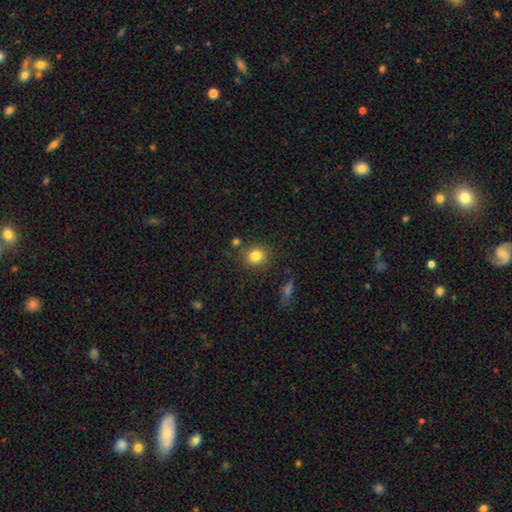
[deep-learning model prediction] Q: Smooth or featured?
A: smooth (82%); runner-up: star or artifact (11%)
Q: How rounded?
A: round (80%); runner-up: in between (18%)
Q: Merging?
A: none (80%); runner-up: minor disturbance (10%)